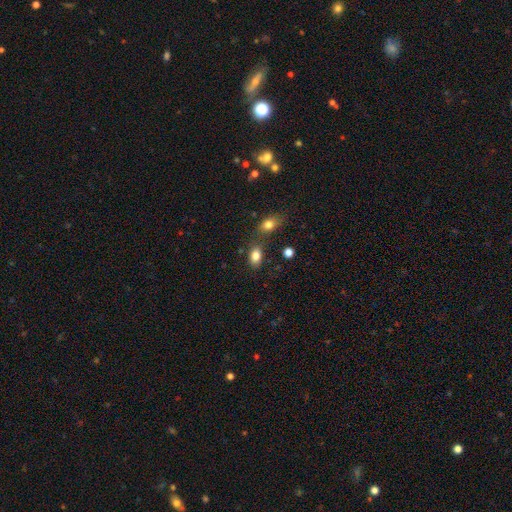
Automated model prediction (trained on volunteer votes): Overall: smooth (83%). How rounded: in between (84%). Merging: none (66%).